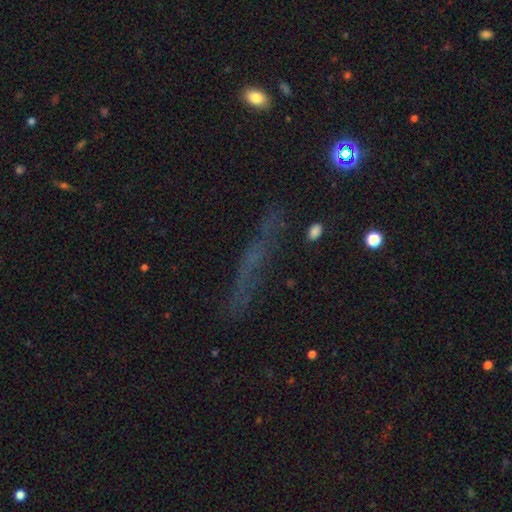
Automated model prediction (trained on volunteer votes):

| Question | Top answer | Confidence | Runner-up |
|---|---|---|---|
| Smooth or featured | smooth | 38% | featured or disk (37%) |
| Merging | none | 72% | minor disturbance (16%) |